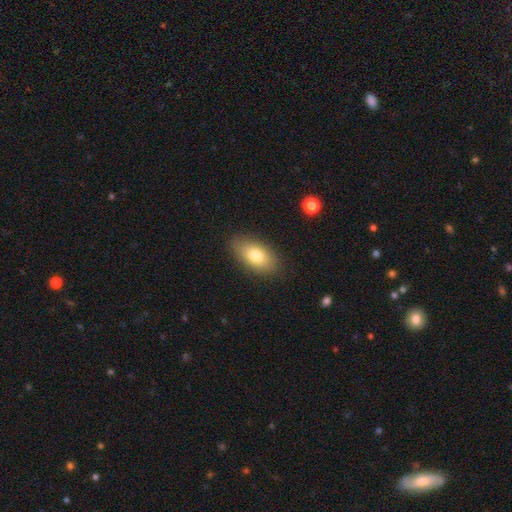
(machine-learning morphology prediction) Smooth or featured? smooth (76%)
How rounded? in between (90%)
Merging? none (86%)